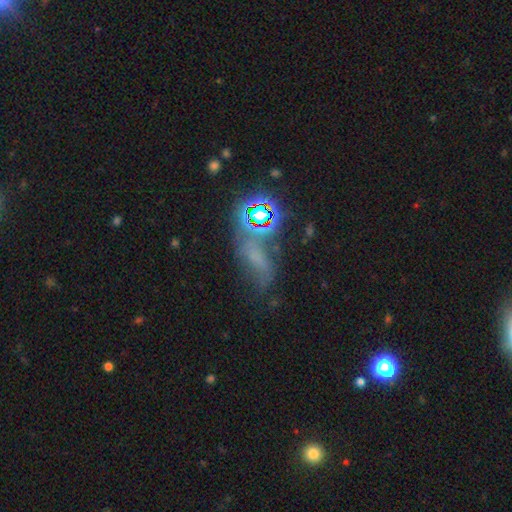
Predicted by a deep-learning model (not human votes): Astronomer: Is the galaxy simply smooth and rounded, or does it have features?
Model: star or artifact — 38% (runner-up: smooth, 37%).